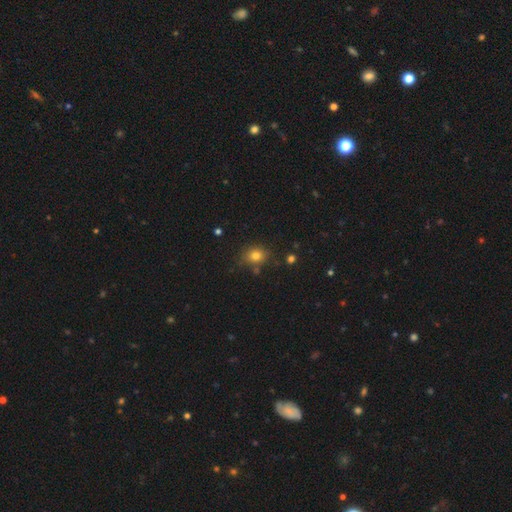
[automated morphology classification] Q: Smooth or featured?
A: smooth (79%); runner-up: star or artifact (13%)
Q: How rounded?
A: round (56%); runner-up: in between (43%)
Q: Merging?
A: none (76%); runner-up: minor disturbance (16%)